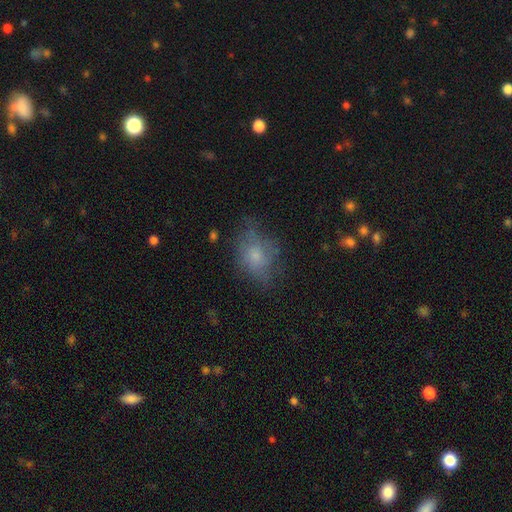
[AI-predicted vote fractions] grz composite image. It shows a smooth galaxy with no disk features (64%) that is in between round and cigar-shaped (61%). Merging: none (55%).